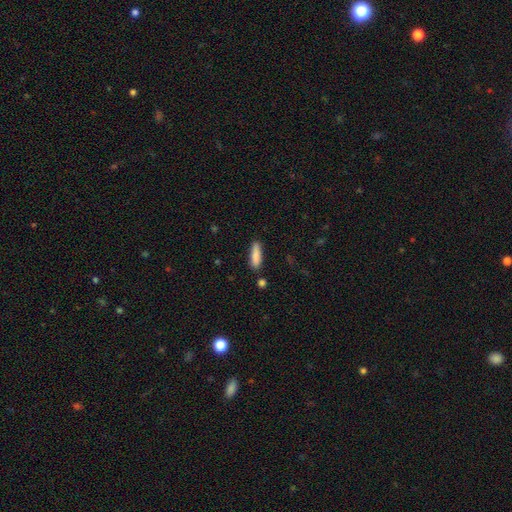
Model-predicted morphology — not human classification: Overall: smooth (86%). How rounded: cigar-shaped (64%; in between 34%). Merging: none (83%).